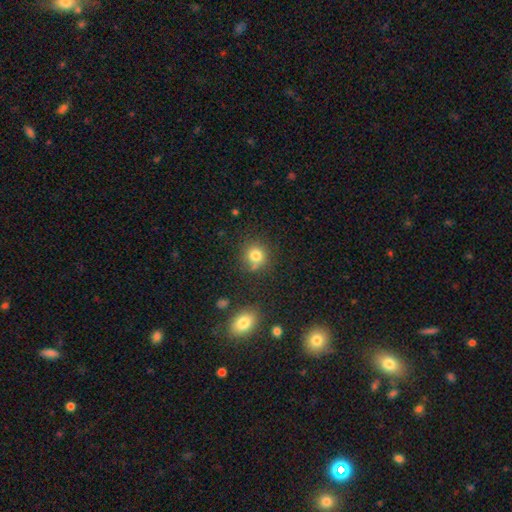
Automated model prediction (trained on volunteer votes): Morphology: type=smooth (80%); roundness=round (88%); merging=none (74%).